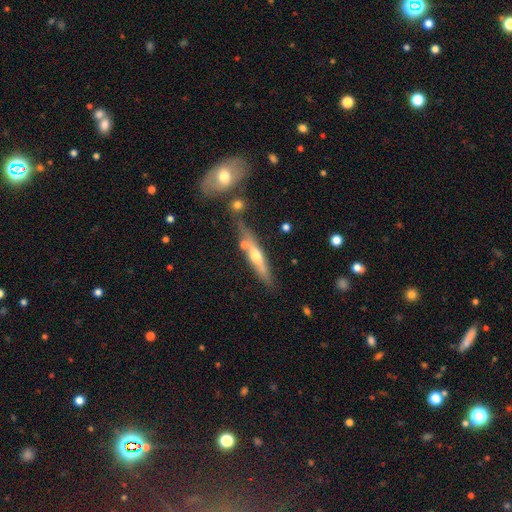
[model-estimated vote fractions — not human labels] This appears to be a featured or disk galaxy (58%) viewed edge-on (90%) with a rounded central bulge (87%). Merging: none (68%).